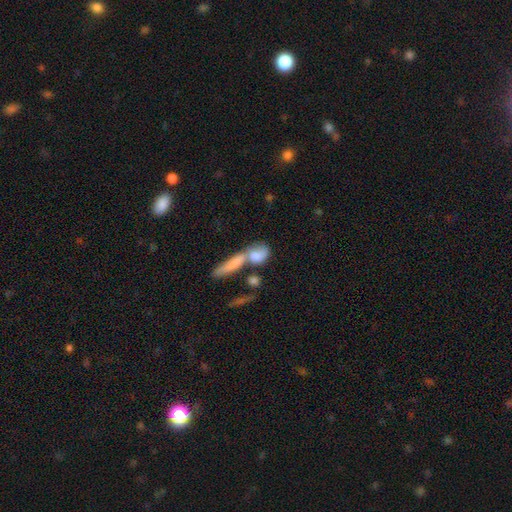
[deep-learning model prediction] Smooth or featured? Predicted: smooth (p=0.62). How rounded? Predicted: in between (p=0.43). Merging? Predicted: merger (p=0.49).